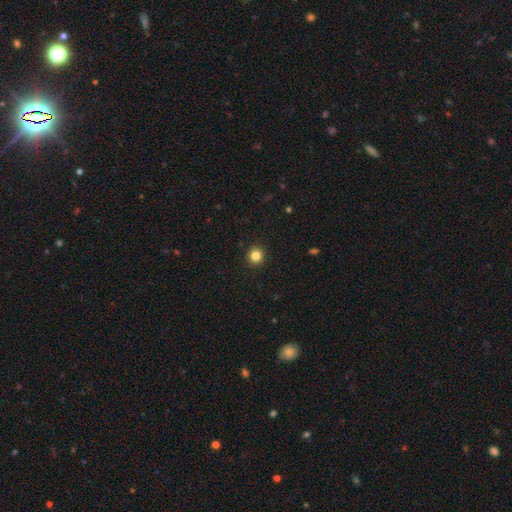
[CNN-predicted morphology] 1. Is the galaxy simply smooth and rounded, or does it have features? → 84% smooth, 12% star or artifact, 5% featured or disk.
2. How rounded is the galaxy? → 93% round, 6% in between, 1% cigar-shaped.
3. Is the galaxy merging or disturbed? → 93% none, 5% minor disturbance, 2% major disturbance, 1% merger.